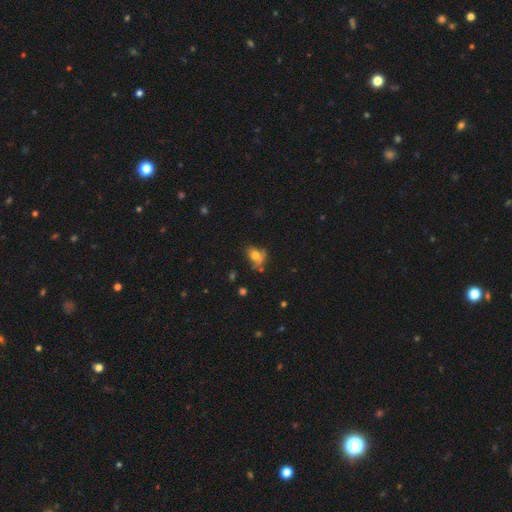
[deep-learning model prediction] smooth_or_featured: smooth (p=0.67) [alt: featured or disk p=0.19]
how_rounded: in between (p=0.63) [alt: round p=0.34]
merging: none (p=0.41) [alt: minor disturbance p=0.26]